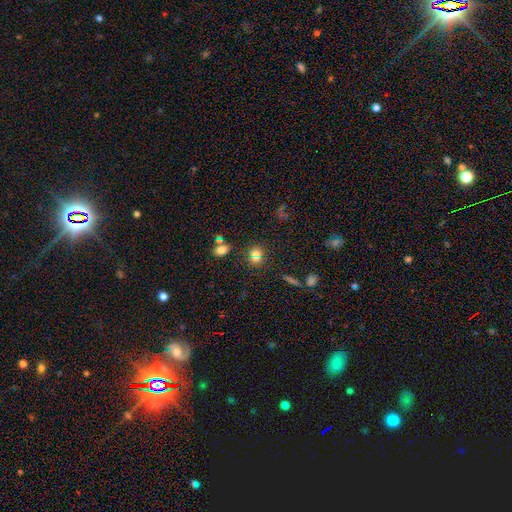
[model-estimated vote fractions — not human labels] A smooth galaxy with no disk features (74%) that is round (68%). Merging: none (62%).